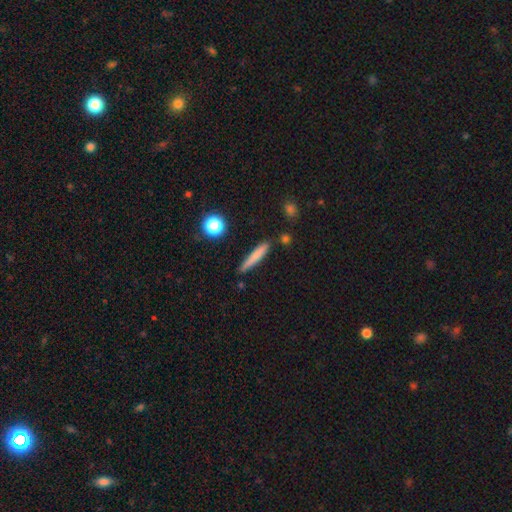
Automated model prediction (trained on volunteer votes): smooth-or-featured: smooth: 73% | featured or disk: 19% | star or artifact: 8%
  how-rounded: cigar-shaped: 92% | in between: 6% | round: 2%
  merging: none: 83% | minor disturbance: 11% | merger: 4% | major disturbance: 2%